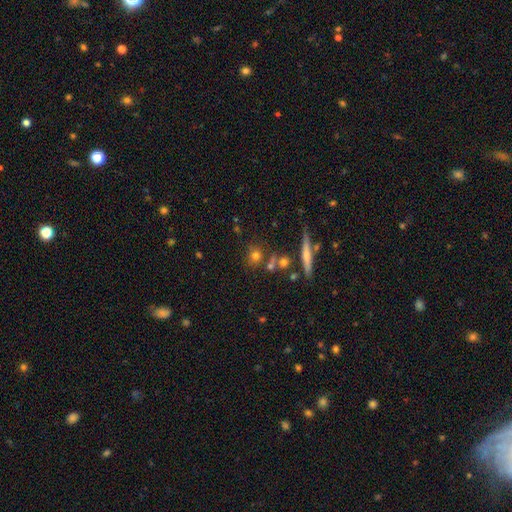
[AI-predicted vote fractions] Q: Smooth or featured?
A: smooth (67%); runner-up: featured or disk (17%)
Q: How rounded?
A: round (80%); runner-up: in between (15%)
Q: Merging?
A: none (69%); runner-up: merger (16%)